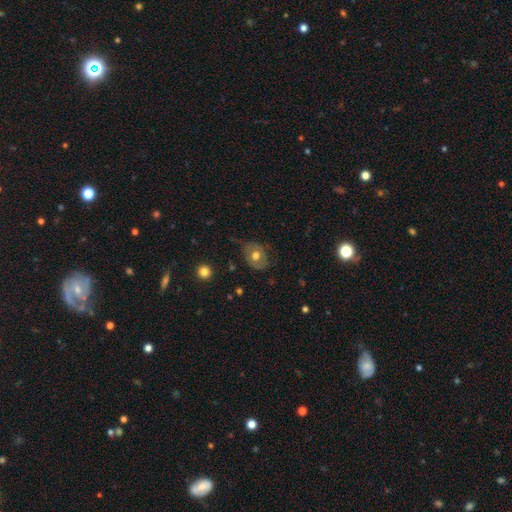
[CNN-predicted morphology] Q: Smooth or featured?
A: smooth (54%); runner-up: featured or disk (38%)
Q: How rounded?
A: in between (54%); runner-up: round (45%)
Q: Merging?
A: none (68%); runner-up: minor disturbance (23%)